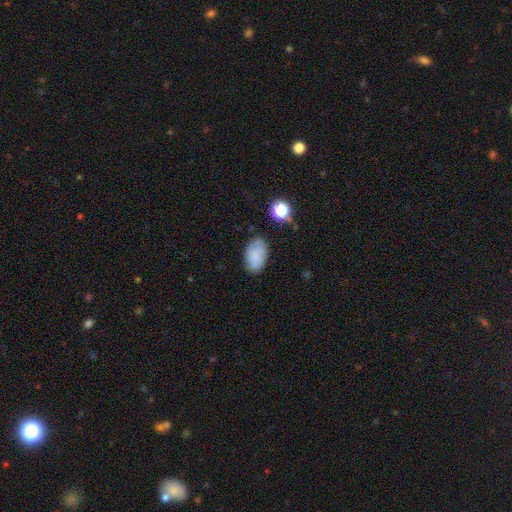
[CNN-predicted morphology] Smooth or featured? smooth (74%)
How rounded? in between (91%)
Merging? none (73%)